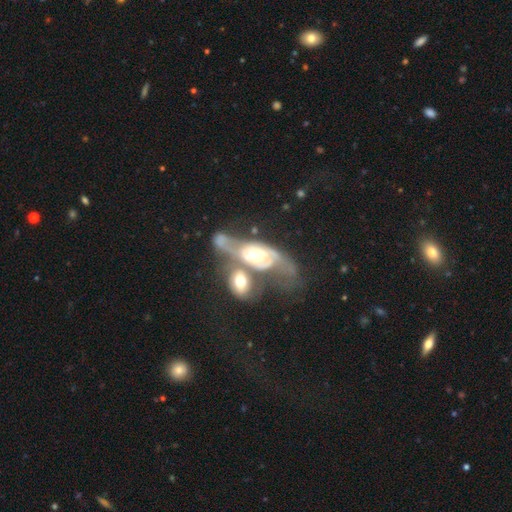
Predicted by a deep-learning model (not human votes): Smooth or featured? Predicted: featured or disk (p=0.77). Edge-on disk? Predicted: no (p=0.91). Bar? Predicted: no (p=0.65). Spiral arms? Predicted: yes (p=0.79). Spiral winding? Predicted: medium (p=0.36). Spiral arm count? Predicted: 2 (p=0.65). Bulge size? Predicted: moderate (p=0.56). Merging? Predicted: merger (p=0.60).